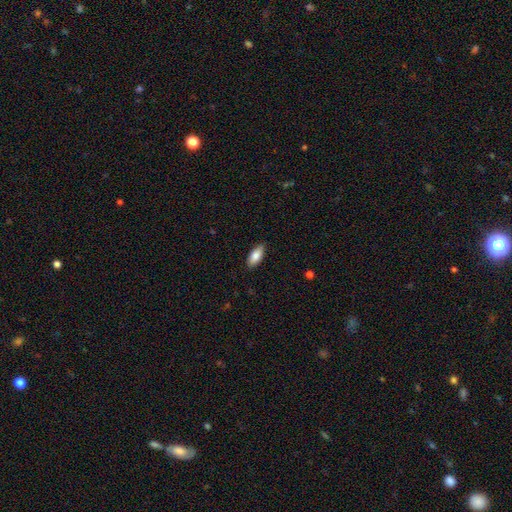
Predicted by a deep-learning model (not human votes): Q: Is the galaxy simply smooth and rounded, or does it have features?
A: smooth — 82%.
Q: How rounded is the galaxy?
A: in between — 84%.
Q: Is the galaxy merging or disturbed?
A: none — 88%.